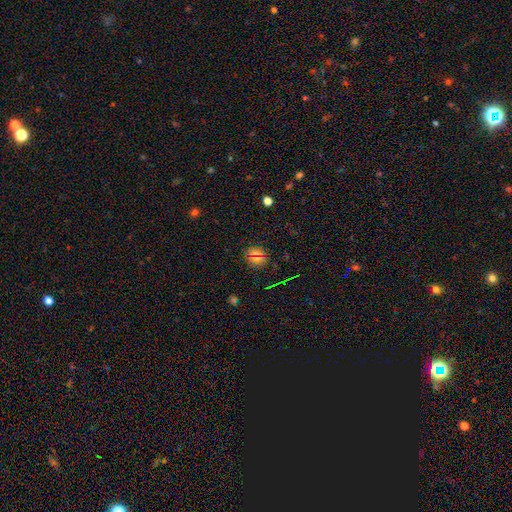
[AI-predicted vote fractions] smooth_or_featured: smooth (p=0.62) [alt: star or artifact p=0.29]
how_rounded: round (p=0.81) [alt: in between p=0.17]
merging: none (p=0.87) [alt: minor disturbance p=0.09]